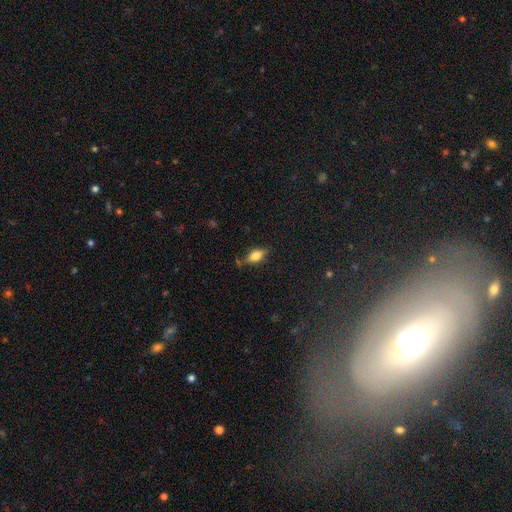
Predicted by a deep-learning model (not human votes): This appears to be a smooth galaxy with no disk features (67%) that is in between round and cigar-shaped (83%). Merging: none (71%).